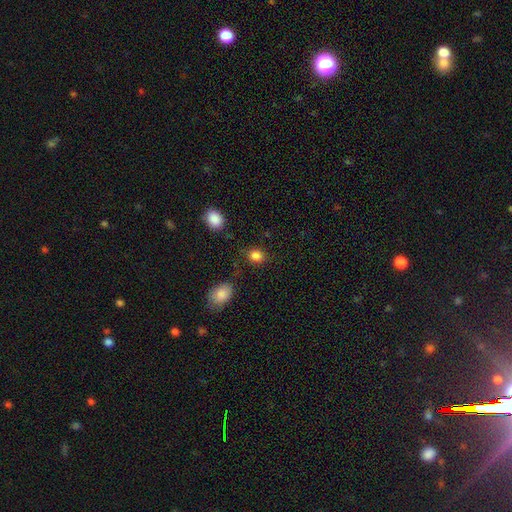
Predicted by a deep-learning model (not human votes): This is clearly a smooth galaxy (86%). How rounded: possibly round (59%). Merging: likely none (79%).